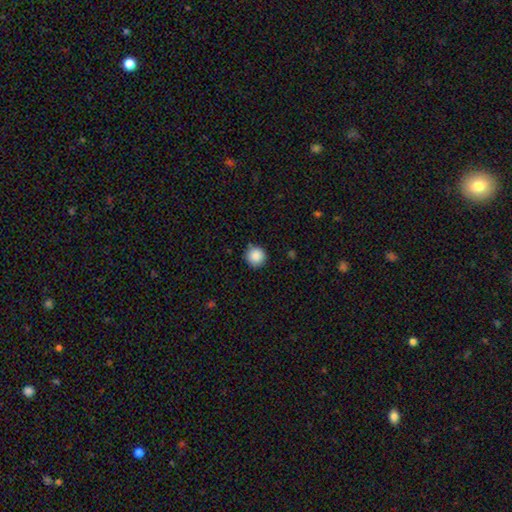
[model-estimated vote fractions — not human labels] smooth-or-featured: smooth: 88% | star or artifact: 9% | featured or disk: 3%
  how-rounded: round: 96% | in between: 3% | cigar-shaped: 1%
  merging: none: 89% | minor disturbance: 7% | major disturbance: 2% | merger: 2%